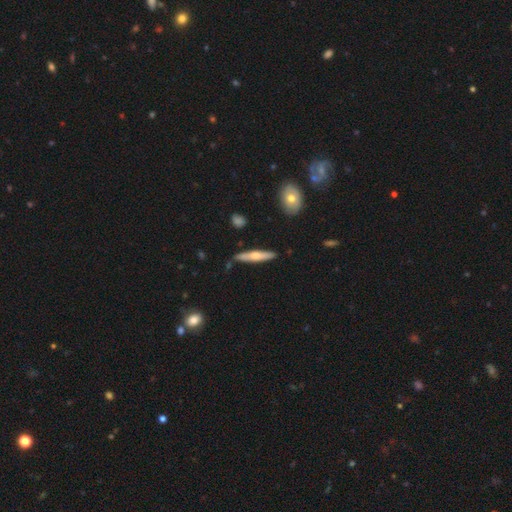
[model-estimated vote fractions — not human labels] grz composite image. It shows a smooth galaxy with no disk features (53%) that is cigar-shaped (88%). Merging: none (81%).